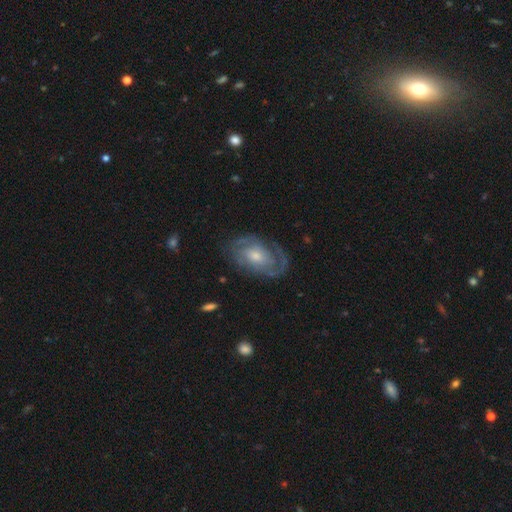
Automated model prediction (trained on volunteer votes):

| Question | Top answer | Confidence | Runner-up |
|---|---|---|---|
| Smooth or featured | featured or disk | 82% | smooth (13%) |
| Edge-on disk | no | 96% | yes (4%) |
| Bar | no | 68% | weak (26%) |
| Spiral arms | yes | 92% | no (8%) |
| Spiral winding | tight | 57% | medium (33%) |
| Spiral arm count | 2 | 49% | can't tell (25%) |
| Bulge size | moderate | 51% | small (40%) |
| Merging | none | 74% | minor disturbance (17%) |